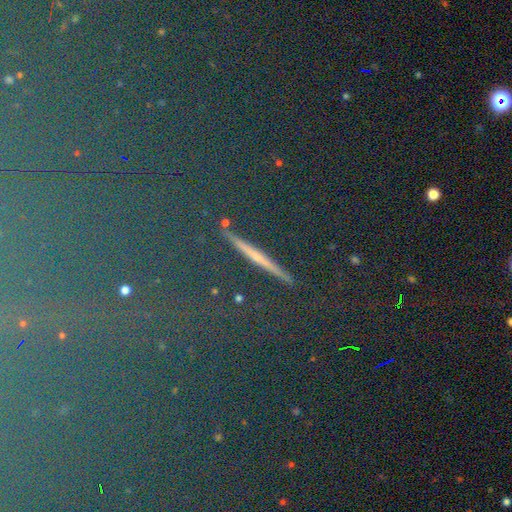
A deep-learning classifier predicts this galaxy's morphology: smooth_or_featured: star or artifact (p=0.57) [alt: featured or disk p=0.23]